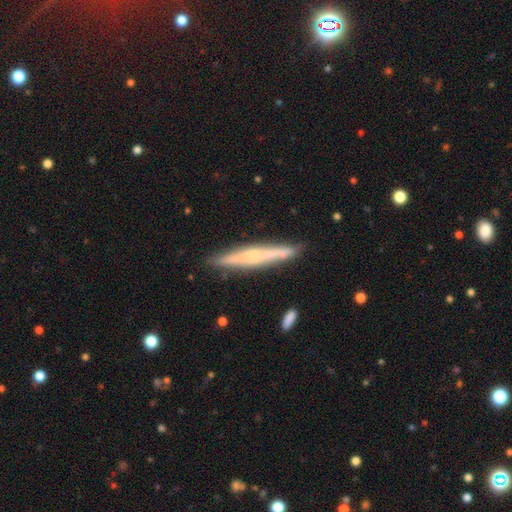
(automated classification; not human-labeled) Smooth or featured? Predicted: featured or disk (p=0.59). Edge-on disk? Predicted: yes (p=0.96). Edge-on bulge? Predicted: rounded (p=0.51). Merging? Predicted: none (p=0.87).